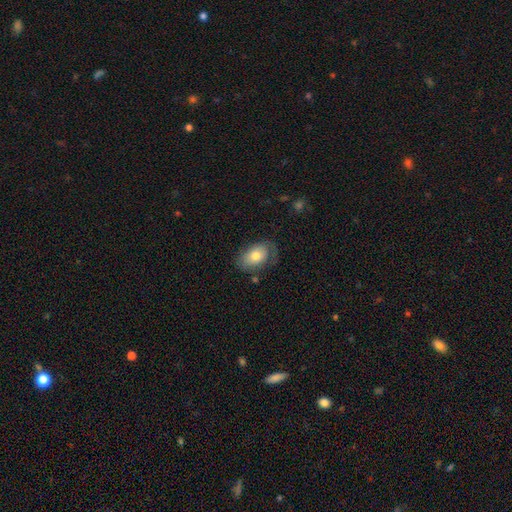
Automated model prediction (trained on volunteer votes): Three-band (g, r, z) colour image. It shows a smooth galaxy with no disk features (71%) that is in between round and cigar-shaped (88%). Merging: none (55%).